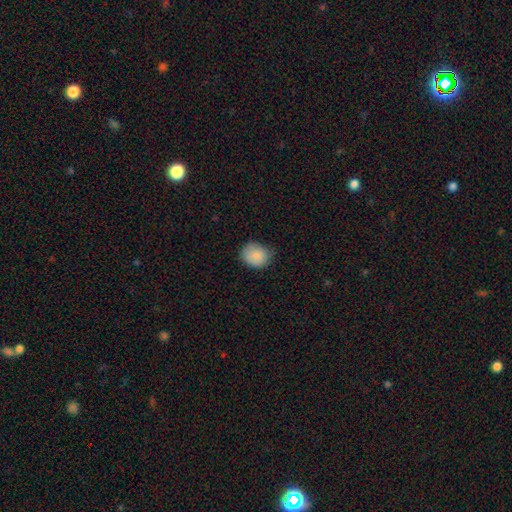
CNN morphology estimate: This is clearly a smooth galaxy (86%). How rounded: likely round (68%). Merging: likely none (68%).